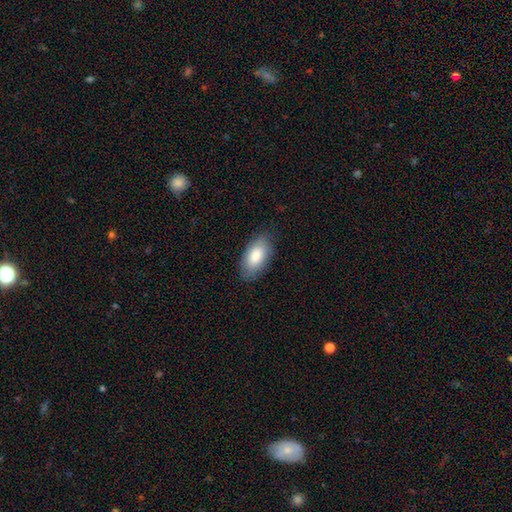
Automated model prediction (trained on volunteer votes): Q: Smooth or featured?
A: smooth (83%); runner-up: featured or disk (11%)
Q: How rounded?
A: in between (94%); runner-up: cigar-shaped (4%)
Q: Merging?
A: none (83%); runner-up: minor disturbance (13%)